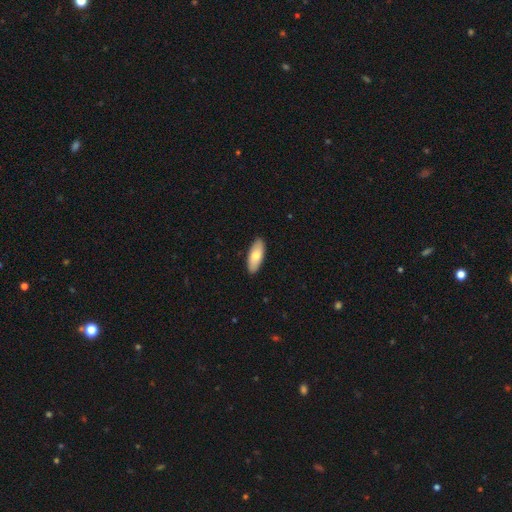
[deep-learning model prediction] Smooth or featured?
  - smooth: 76% *
  - featured or disk: 18%
  - star or artifact: 5%
How rounded?
  - in between: 77% *
  - cigar-shaped: 21%
  - round: 2%
Merging?
  - none: 90% *
  - minor disturbance: 7%
  - major disturbance: 1%
  - merger: 1%